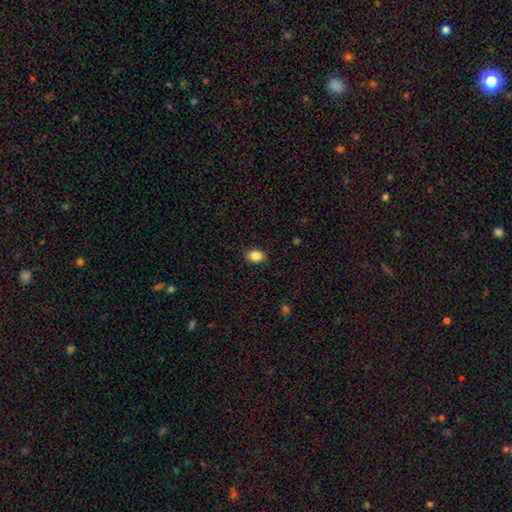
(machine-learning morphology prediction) This appears to be a smooth galaxy with no disk features (87%) that is in between round and cigar-shaped (66%). Merging: none (87%).